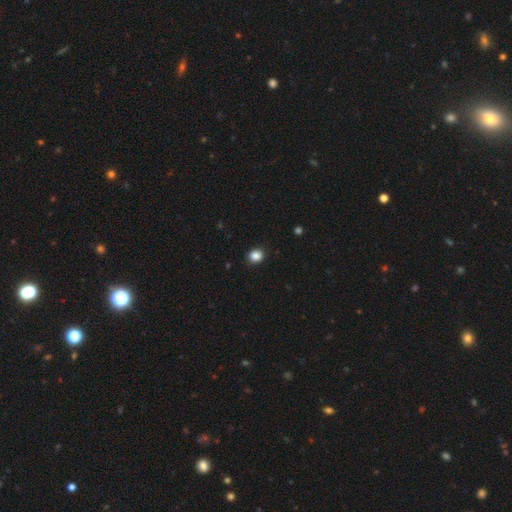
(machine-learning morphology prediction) smooth-or-featured: smooth: 86% | star or artifact: 11% | featured or disk: 3%
  how-rounded: round: 71% | in between: 28% | cigar-shaped: 1%
  merging: none: 91% | minor disturbance: 6% | major disturbance: 2% | merger: 1%